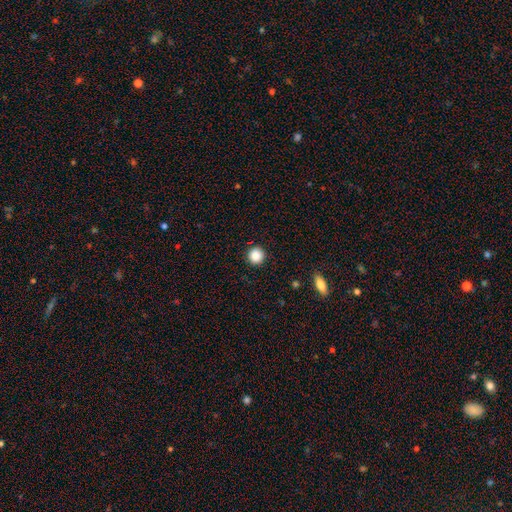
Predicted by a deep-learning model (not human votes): The model was most divided on "smooth or featured": smooth: 87%, star or artifact: 9%, featured or disk: 3%. More confident: how rounded — round (95%); merging — none (93%).